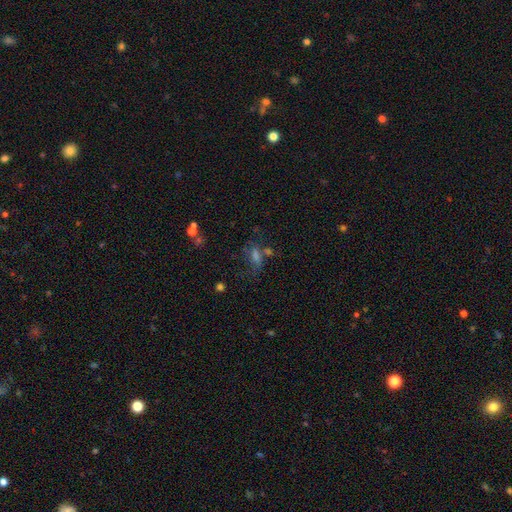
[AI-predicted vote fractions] Smooth or featured: smooth — 40% (star or artifact — 32%)
Merging: none — 47% (major disturbance — 21%)